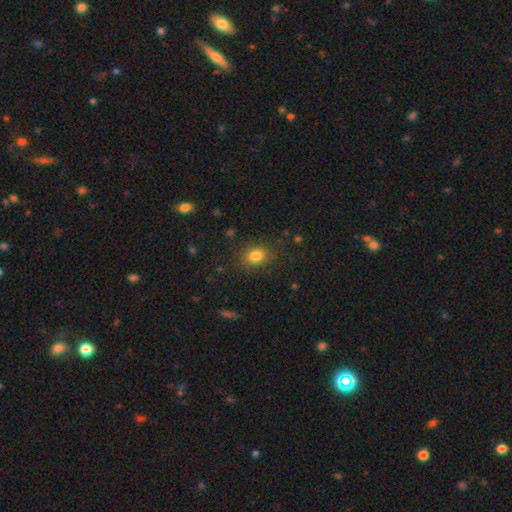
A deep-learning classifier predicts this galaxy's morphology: Smooth or featured? smooth (81%)
How rounded? in between (52%)
Merging? none (82%)